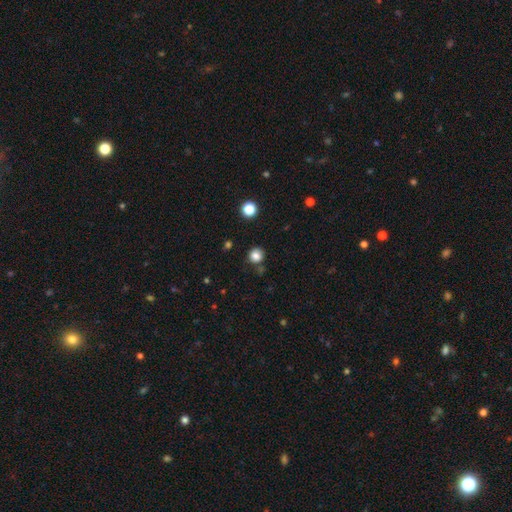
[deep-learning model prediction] A smooth galaxy with no disk features (82%) that is round (90%). Merging: none (82%).